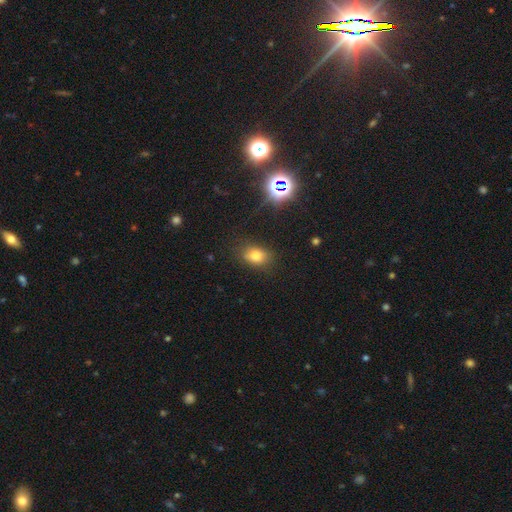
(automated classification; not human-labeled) smooth-or-featured: smooth: 74% | star or artifact: 17% | featured or disk: 9%
  how-rounded: in between: 74% | round: 24% | cigar-shaped: 2%
  merging: none: 79% | minor disturbance: 15% | major disturbance: 4% | merger: 2%